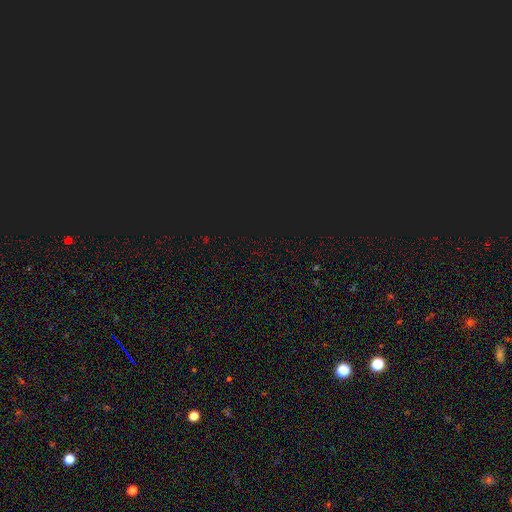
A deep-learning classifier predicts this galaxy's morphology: Smooth or featured: star or artifact — 78% (smooth — 15%)